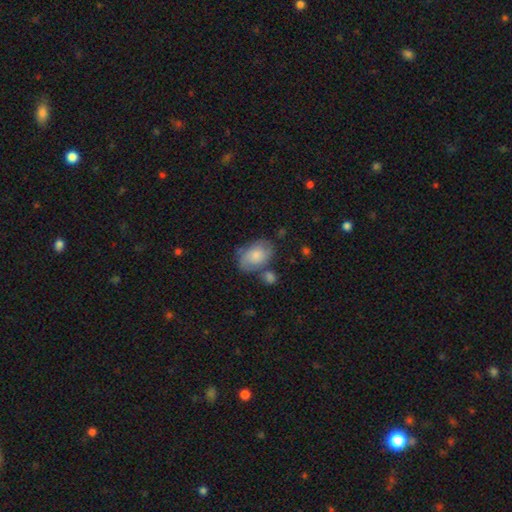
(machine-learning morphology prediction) type=smooth (65%); roundness=in between (81%); merging=none (51%).